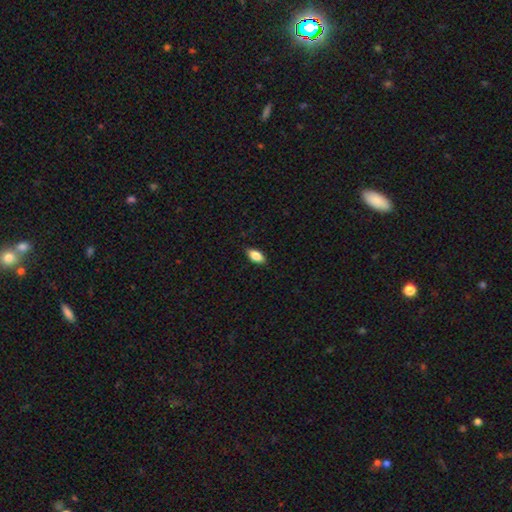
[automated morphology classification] smooth-or-featured: smooth: 85% | featured or disk: 8% | star or artifact: 7%
  how-rounded: in between: 88% | cigar-shaped: 8% | round: 3%
  merging: none: 87% | minor disturbance: 10% | major disturbance: 2% | merger: 1%